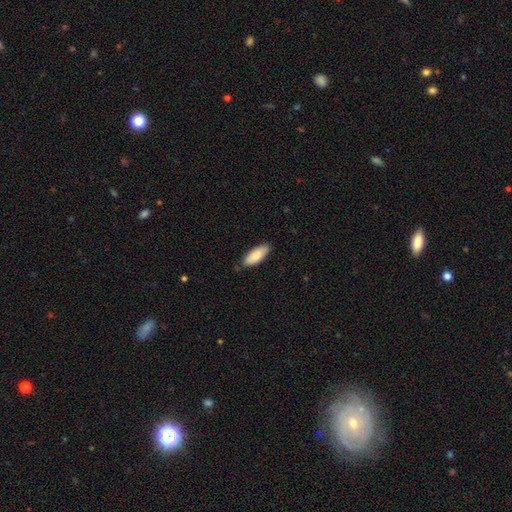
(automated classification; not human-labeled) Smooth or featured?
  - smooth: 85% *
  - featured or disk: 10%
  - star or artifact: 6%
How rounded?
  - in between: 76% *
  - cigar-shaped: 22%
  - round: 2%
Merging?
  - none: 81% *
  - minor disturbance: 15%
  - major disturbance: 2%
  - merger: 1%